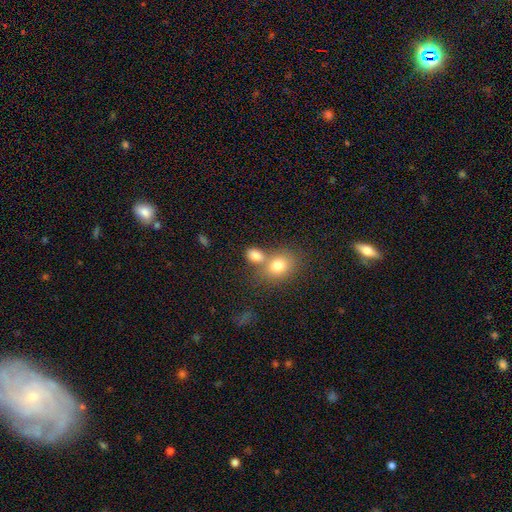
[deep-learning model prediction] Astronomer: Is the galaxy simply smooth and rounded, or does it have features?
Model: smooth — 80%.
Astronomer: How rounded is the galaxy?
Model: in between — 65%.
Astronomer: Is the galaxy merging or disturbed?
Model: merger — 43% (runner-up: none, 42%).